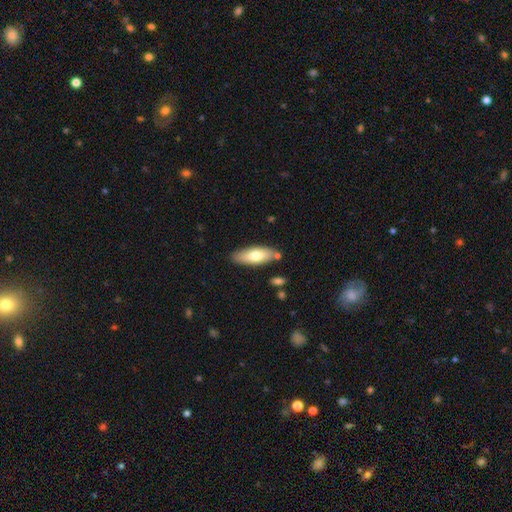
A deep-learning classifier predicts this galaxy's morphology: Smooth or featured?
  - smooth: 72% *
  - featured or disk: 23%
  - star or artifact: 6%
How rounded?
  - in between: 67% *
  - cigar-shaped: 31%
  - round: 2%
Merging?
  - none: 81% *
  - minor disturbance: 12%
  - merger: 5%
  - major disturbance: 2%